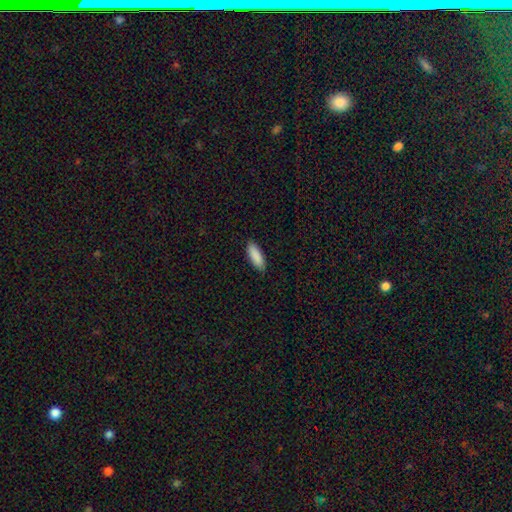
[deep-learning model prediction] Morphology: type=smooth (90%); roundness=in between (64%); merging=none (89%).